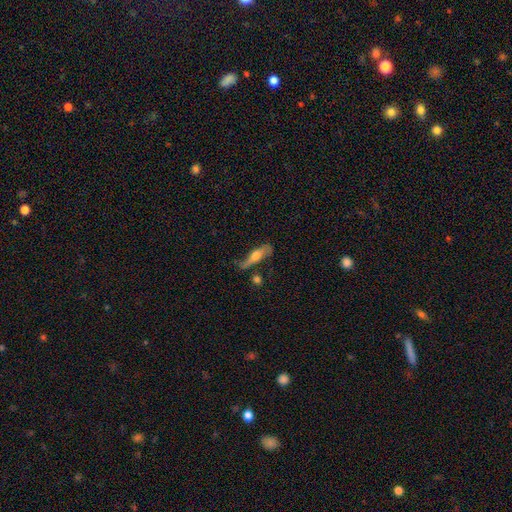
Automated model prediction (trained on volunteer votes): A featured or disk galaxy (47%).

Vote fractions:
- Smooth or featured? featured or disk: 47% / smooth: 46% / star or artifact: 7%
- Merging? none: 47% / minor disturbance: 27% / major disturbance: 16% / merger: 10%